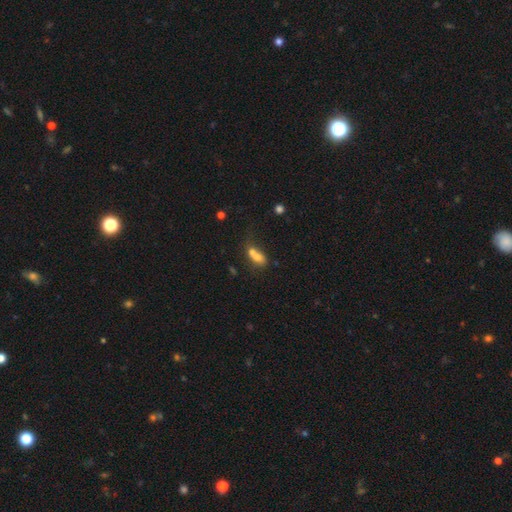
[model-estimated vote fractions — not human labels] Smooth or featured: smooth — 69% (featured or disk — 19%)
How rounded: in between — 69% (round — 22%)
Merging: merger — 63% (none — 21%)